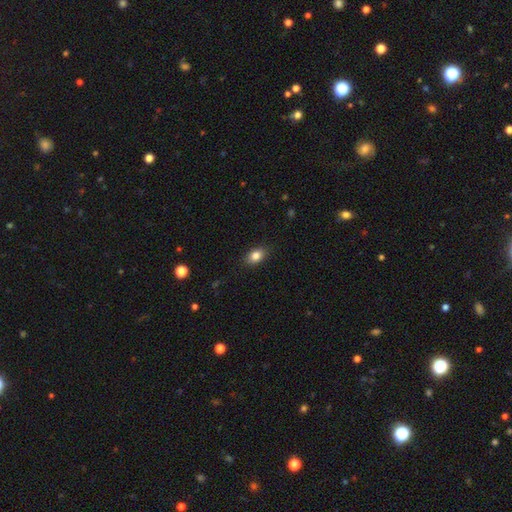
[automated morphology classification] type=smooth (83%); roundness=in between (83%); merging=none (87%).